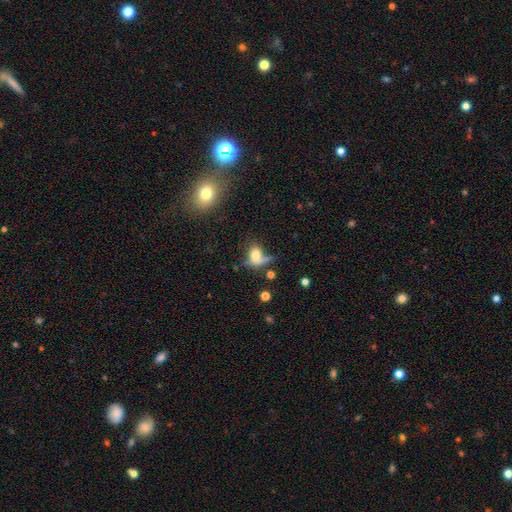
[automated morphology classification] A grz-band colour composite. It shows a smooth galaxy with no disk features (64%) that is in between round and cigar-shaped (56%). Merging: none (34%).